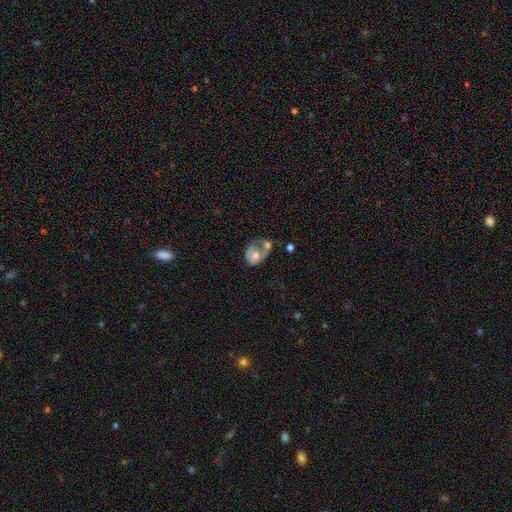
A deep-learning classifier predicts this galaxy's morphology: Smooth or featured? Predicted: smooth (p=0.49). Merging? Predicted: merger (p=0.48).